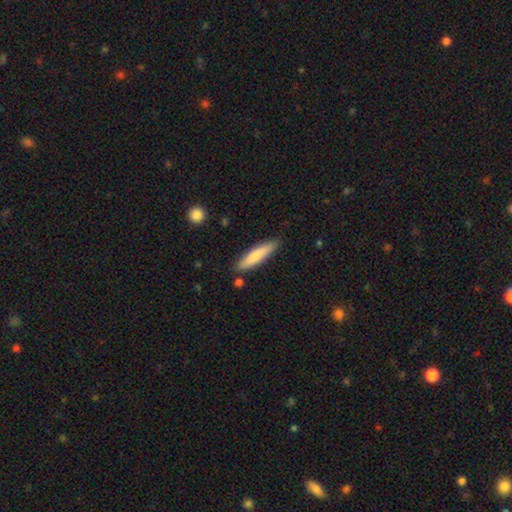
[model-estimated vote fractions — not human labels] Smooth or featured: smooth — 76% (featured or disk — 18%)
How rounded: cigar-shaped — 83% (in between — 16%)
Merging: none — 84% (minor disturbance — 11%)